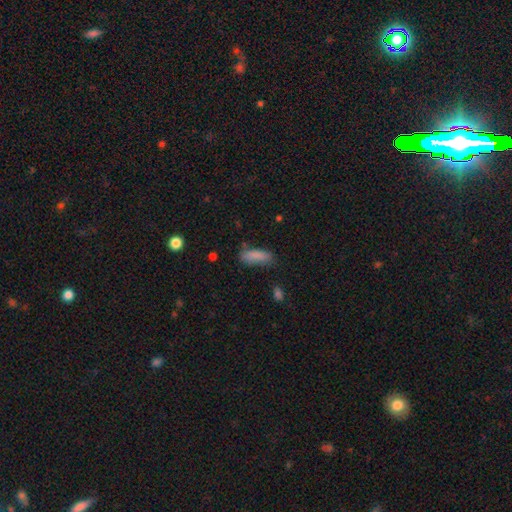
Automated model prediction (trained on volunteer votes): This appears to be a smooth galaxy with no disk features (85%) that is in between round and cigar-shaped (64%). Merging: none (66%).